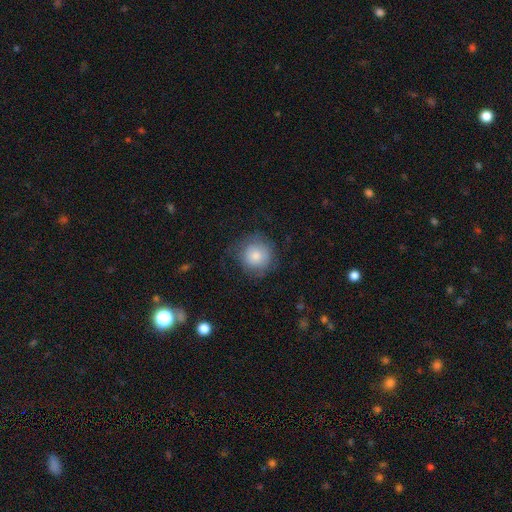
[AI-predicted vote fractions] Overall: smooth (78%). How rounded: round (92%). Merging: none (68%).